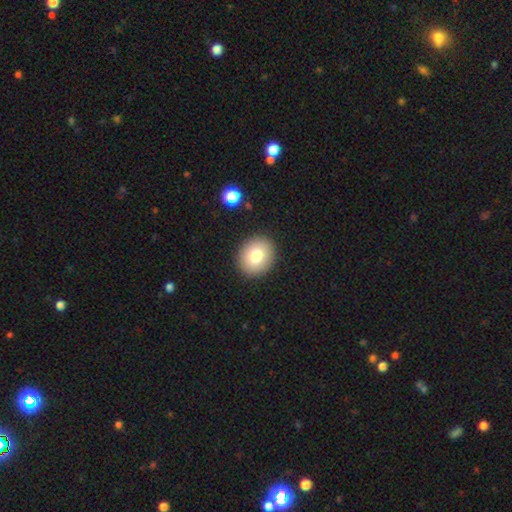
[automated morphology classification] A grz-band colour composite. It shows a smooth galaxy with no disk features (79%) that is round (58%). Merging: none (90%).